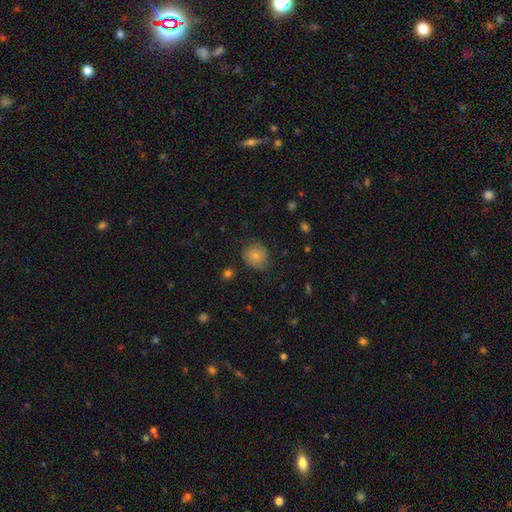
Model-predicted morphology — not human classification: This is likely a smooth galaxy (77%). How rounded: clearly round (81%). Merging: likely none (74%).